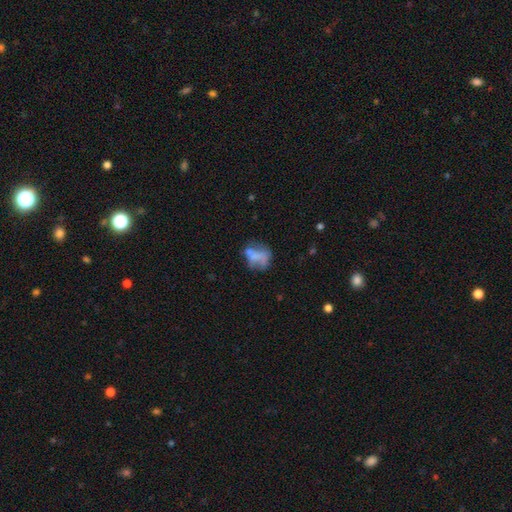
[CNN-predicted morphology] This is possibly a smooth galaxy (51%). How rounded: possibly in between (57%). Merging: marginally none (37%).